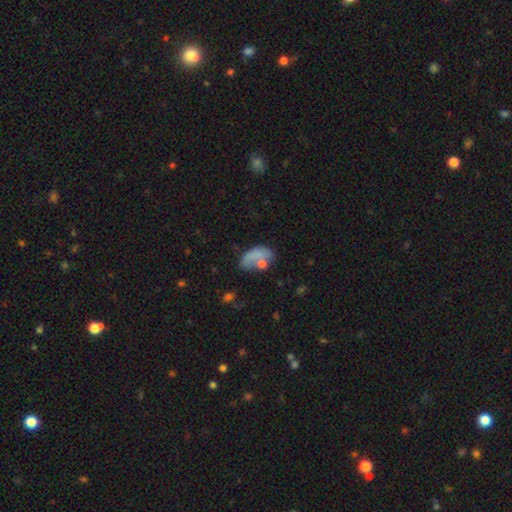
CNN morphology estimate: smooth_or_featured: smooth (p=0.66) [alt: featured or disk p=0.23]
how_rounded: in between (p=0.88) [alt: round p=0.10]
merging: none (p=0.37) [alt: minor disturbance p=0.25]